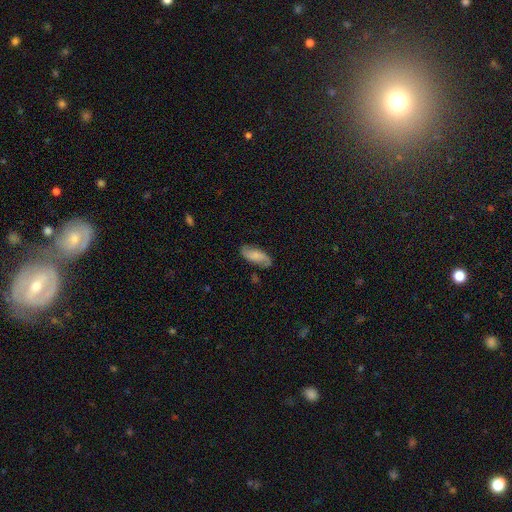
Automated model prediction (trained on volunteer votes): Morphology: type=featured or disk (54%); edge-on=no (93%); bar=no (53%); spiral arms=yes (92%); bulge=none (41%); merging=none (77%).